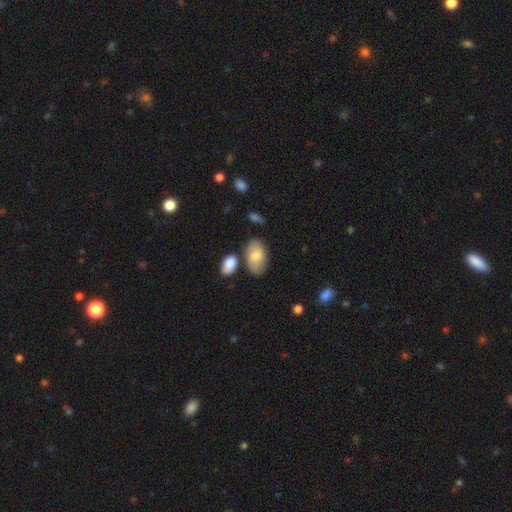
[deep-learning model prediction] This appears to be a smooth galaxy with no disk features (74%) that is in between round and cigar-shaped (93%). Merging: none (69%).